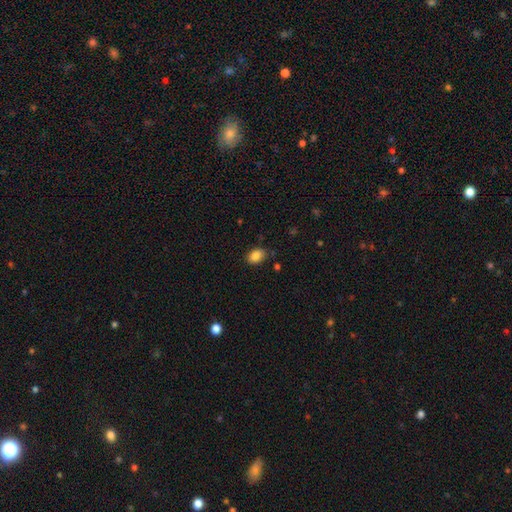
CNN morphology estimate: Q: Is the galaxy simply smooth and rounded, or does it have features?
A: smooth — 87%.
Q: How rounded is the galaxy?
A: in between — 85%.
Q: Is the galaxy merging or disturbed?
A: none — 82%.